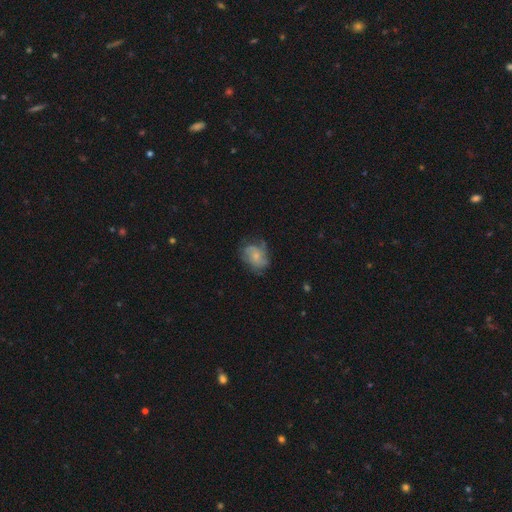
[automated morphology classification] The model was most divided on "smooth or featured": featured or disk: 54%, smooth: 38%, star or artifact: 8%. More confident: edge-on disk — no (98%); spiral arms — yes (82%); bar — no (77%); bulge size — small (63%); merging — none (58%).